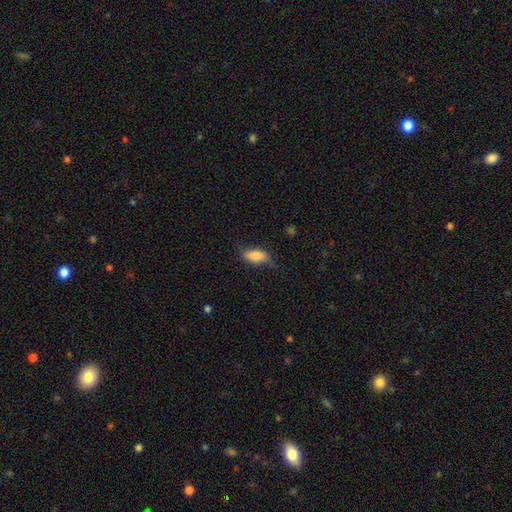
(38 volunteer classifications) A smooth galaxy with no disk features (89%) that is in between round and cigar-shaped (97%). Merging: none (57%).